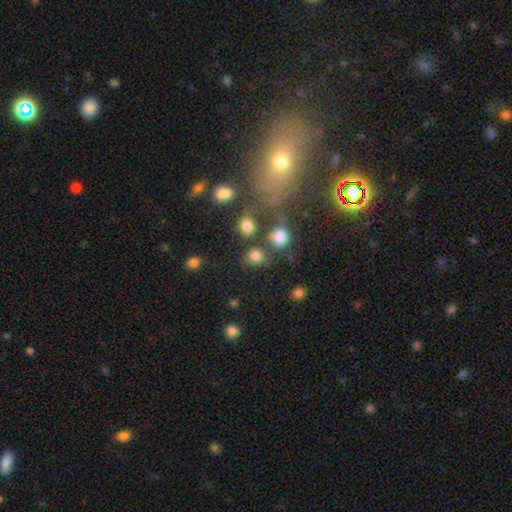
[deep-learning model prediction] Smooth or featured? smooth (78%)
How rounded? round (76%)
Merging? none (60%)